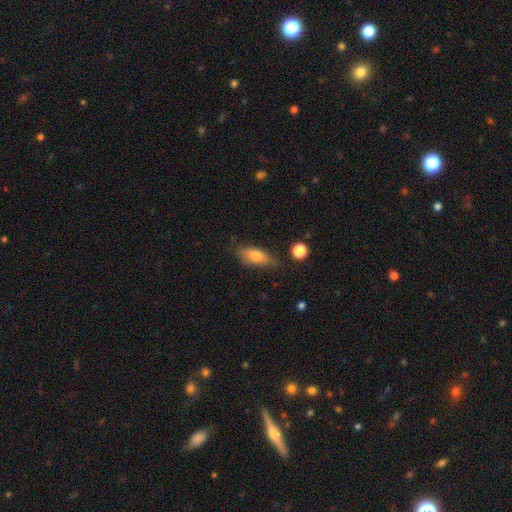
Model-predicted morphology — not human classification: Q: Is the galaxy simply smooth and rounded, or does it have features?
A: smooth — 73%.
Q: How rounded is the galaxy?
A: in between — 73%.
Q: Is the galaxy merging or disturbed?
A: none — 73%.